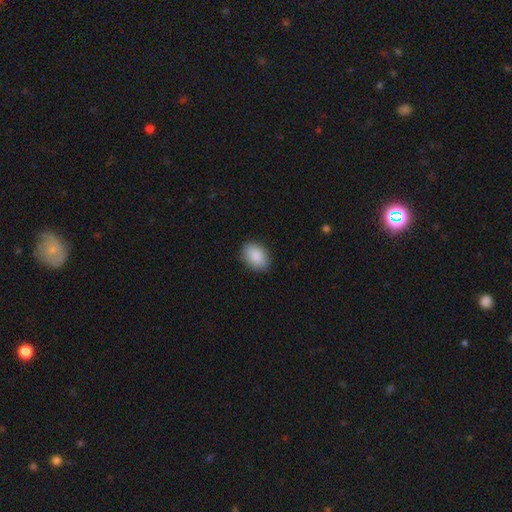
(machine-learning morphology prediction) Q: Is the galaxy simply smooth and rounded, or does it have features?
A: smooth — 90%.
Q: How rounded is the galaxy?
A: in between — 86%.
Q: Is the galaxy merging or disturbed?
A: none — 87%.